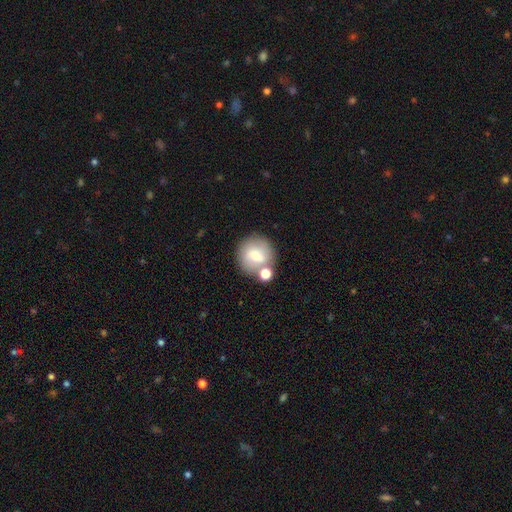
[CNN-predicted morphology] Smooth or featured? Predicted: smooth (p=0.65). How rounded? Predicted: round (p=0.91). Merging? Predicted: none (p=0.64).